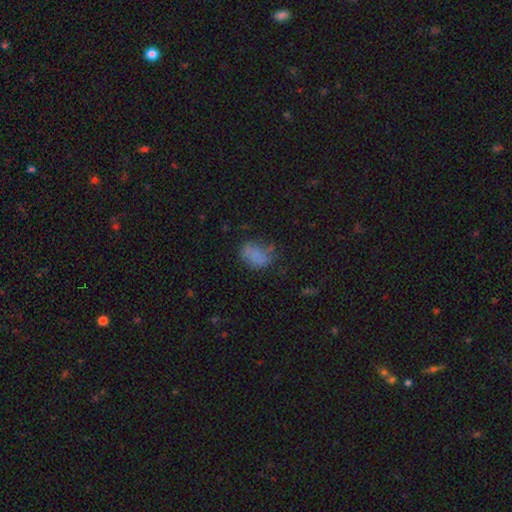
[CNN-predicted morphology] Smooth or featured? Predicted: smooth (p=0.70). How rounded? Predicted: in between (p=0.78). Merging? Predicted: none (p=0.51).